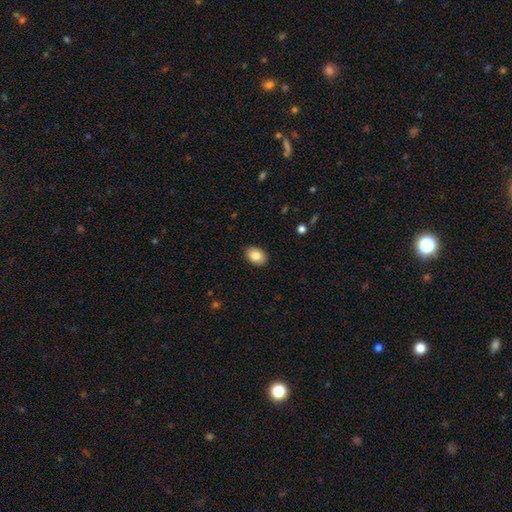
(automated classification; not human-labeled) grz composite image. It shows a smooth galaxy with no disk features (84%) that is in between round and cigar-shaped (78%). Merging: none (90%).